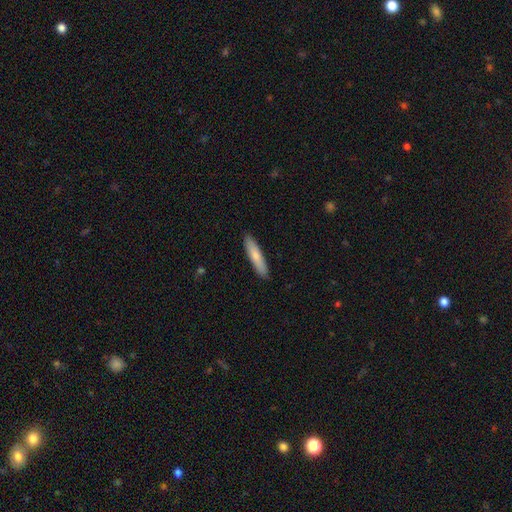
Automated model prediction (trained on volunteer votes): Morphology: type=smooth (75%); roundness=cigar-shaped (86%); merging=none (90%).